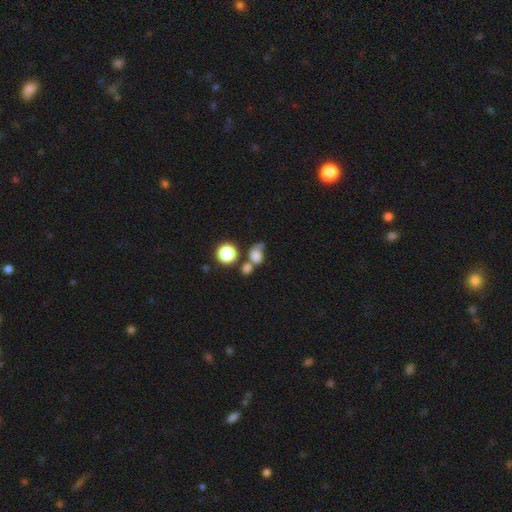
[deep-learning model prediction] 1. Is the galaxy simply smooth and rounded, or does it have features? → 70% smooth, 16% featured or disk, 14% star or artifact.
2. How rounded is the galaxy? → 53% round, 45% in between, 2% cigar-shaped.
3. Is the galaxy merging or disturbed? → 37% merger, 29% none, 17% major disturbance, 17% minor disturbance.